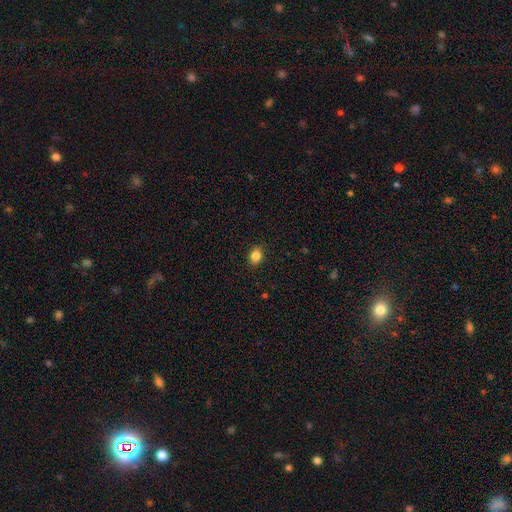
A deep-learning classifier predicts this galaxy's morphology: A smooth galaxy with no disk features (85%) that is in between round and cigar-shaped (56%). Merging: none (90%).